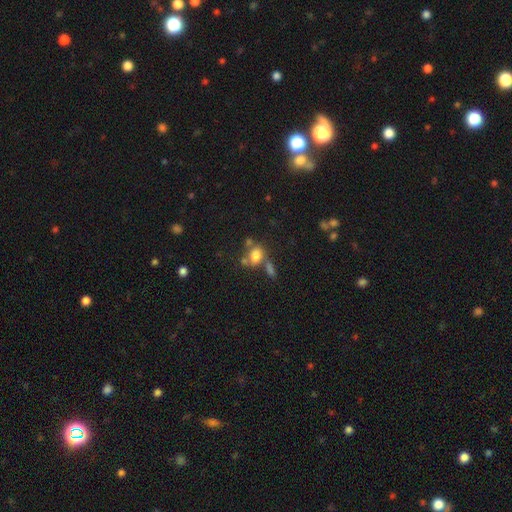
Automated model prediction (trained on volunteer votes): This appears to be a smooth galaxy with no disk features (73%) that is in between round and cigar-shaped (61%). Merging: none (43%).